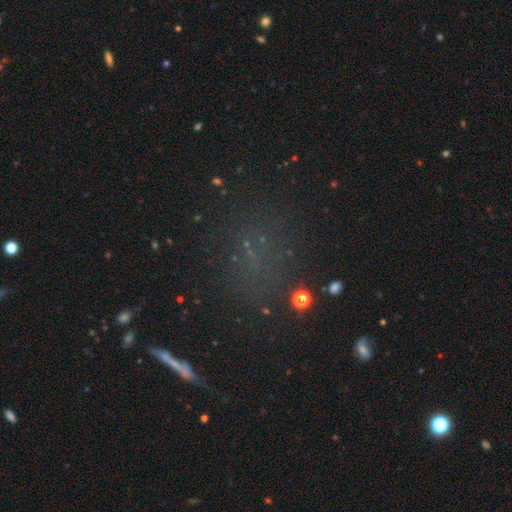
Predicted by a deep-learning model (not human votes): A star or artifact, not a galaxy (46%).